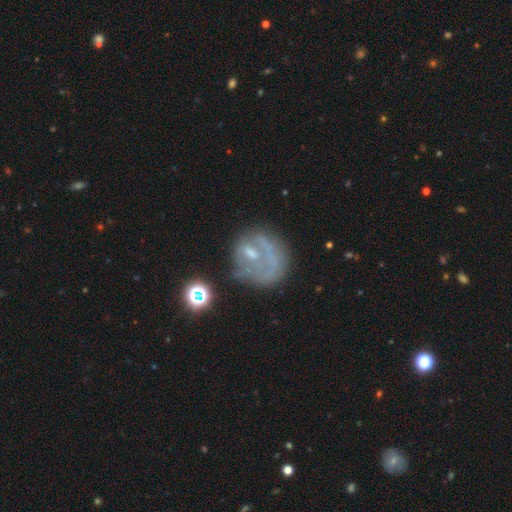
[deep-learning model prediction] Smooth or featured? featured or disk (54%)
Edge-on disk? no (96%)
Bar? no (62%)
Spiral arms? no (63%)
Bulge size? small (38%)
Merging? none (46%)